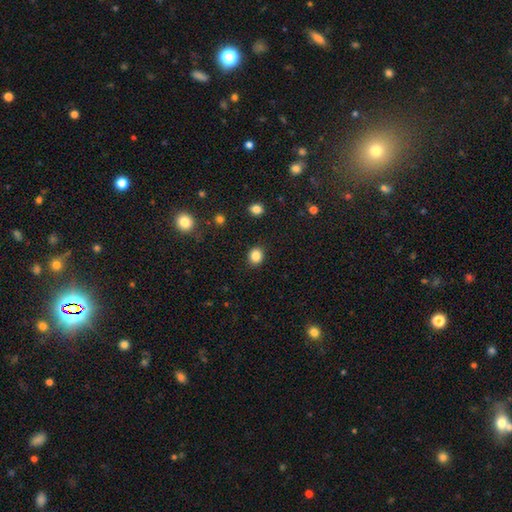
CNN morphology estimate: Smooth or featured?
  - smooth: 85% *
  - star or artifact: 11%
  - featured or disk: 4%
How rounded?
  - round: 72% *
  - in between: 27%
  - cigar-shaped: 1%
Merging?
  - none: 89% *
  - minor disturbance: 7%
  - major disturbance: 2%
  - merger: 1%